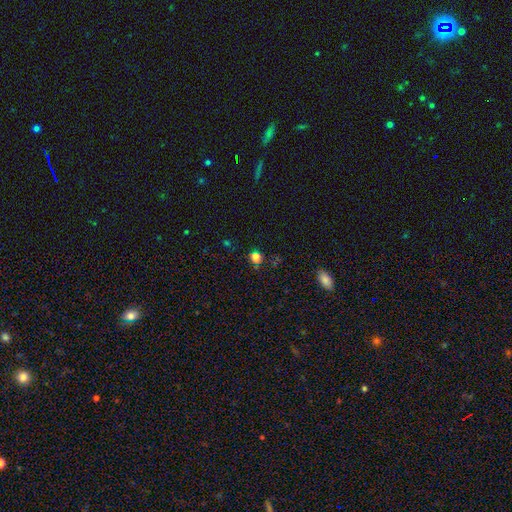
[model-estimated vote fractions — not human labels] smooth 69%, star or artifact 26%, featured or disk 5%. Down the decision tree: how rounded — round (81%); merging — none (81%).